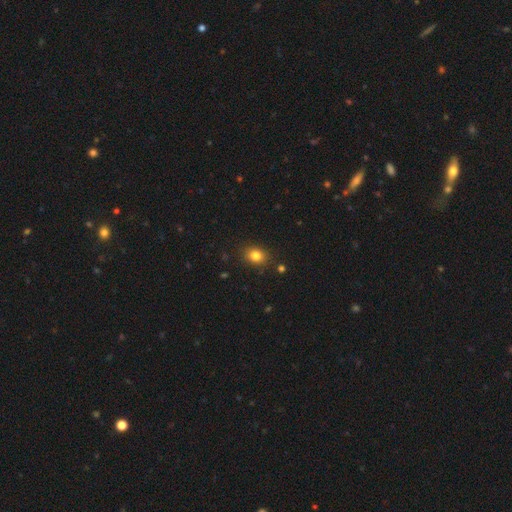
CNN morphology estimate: Overall: smooth (82%). How rounded: in between (53%; round 46%). Merging: none (86%).